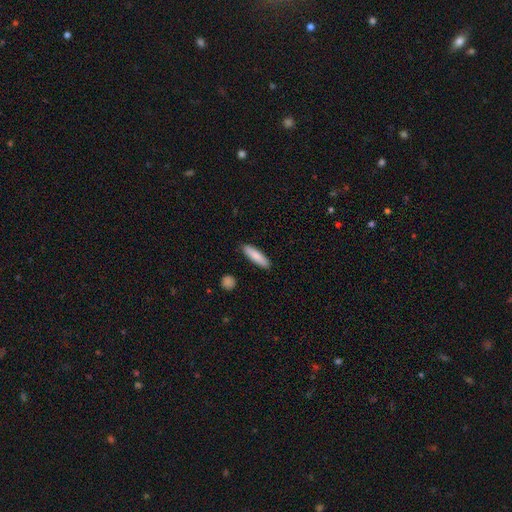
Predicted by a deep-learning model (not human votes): The model was most divided on "how rounded": cigar-shaped: 73%, in between: 26%, round: 2%. More confident: merging — none (89%); smooth or featured — smooth (84%).